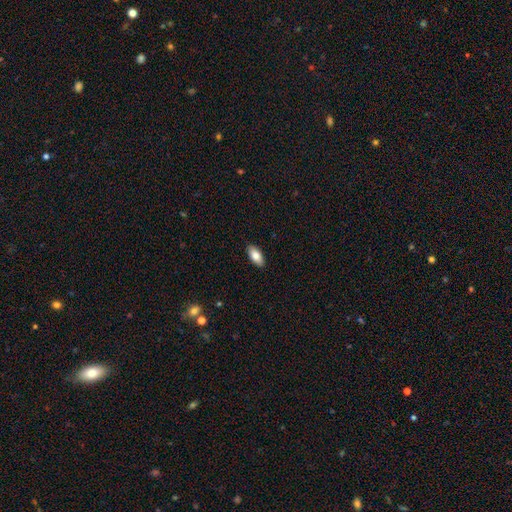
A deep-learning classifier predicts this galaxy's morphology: A smooth galaxy with no disk features (83%) that is in between round and cigar-shaped (90%).

Vote fractions:
- Smooth or featured? smooth: 83% / featured or disk: 11% / star or artifact: 6%
- How rounded? in between: 90% / cigar-shaped: 8% / round: 2%
- Merging? none: 89% / minor disturbance: 8% / major disturbance: 2% / merger: 1%